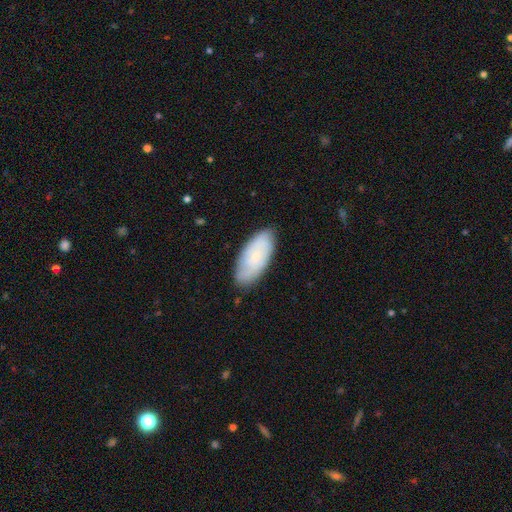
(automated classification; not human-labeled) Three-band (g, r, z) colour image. It shows a smooth galaxy with no disk features (54%) that is in between round and cigar-shaped (89%). Merging: none (81%).